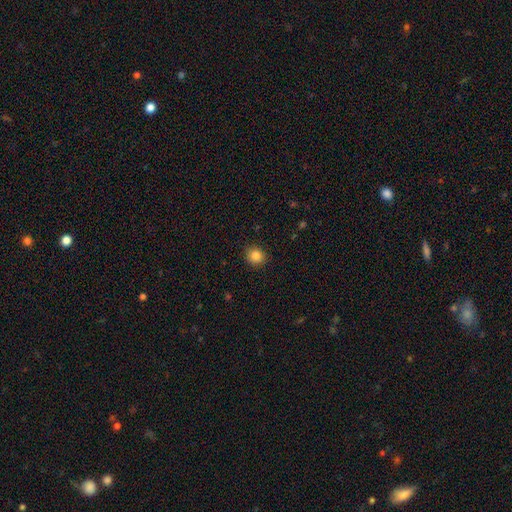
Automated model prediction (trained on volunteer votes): Smooth or featured? Predicted: smooth (p=0.85). How rounded? Predicted: round (p=0.83). Merging? Predicted: none (p=0.90).